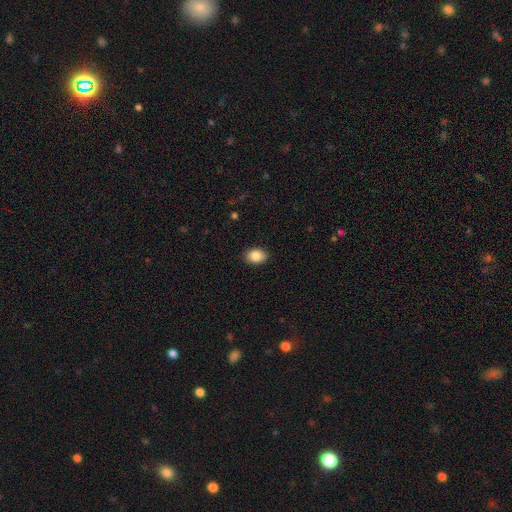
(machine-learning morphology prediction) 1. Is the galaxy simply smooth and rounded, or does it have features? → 87% smooth, 8% star or artifact, 5% featured or disk.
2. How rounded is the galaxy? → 79% in between, 20% round, 1% cigar-shaped.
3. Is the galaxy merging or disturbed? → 89% none, 8% minor disturbance, 2% major disturbance, 1% merger.